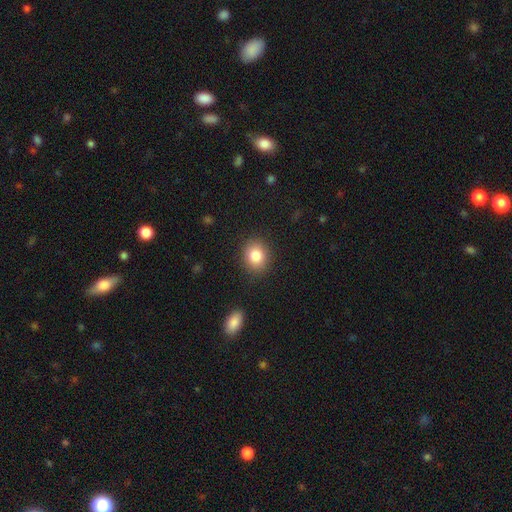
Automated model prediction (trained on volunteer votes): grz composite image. It shows a smooth galaxy with no disk features (83%) that is round (60%). Merging: none (87%).